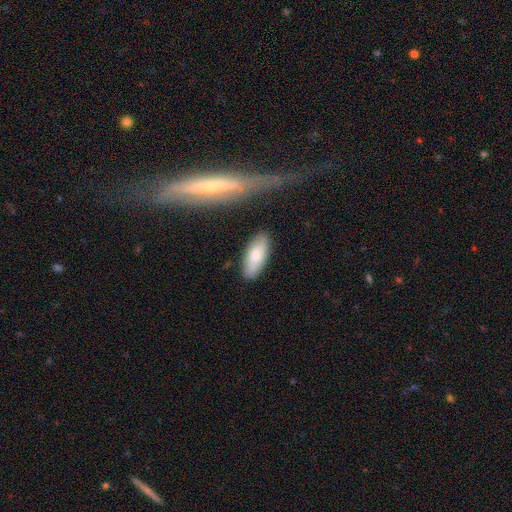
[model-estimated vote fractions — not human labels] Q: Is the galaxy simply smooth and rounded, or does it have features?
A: smooth — 77%.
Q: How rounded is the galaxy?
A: in between — 80%.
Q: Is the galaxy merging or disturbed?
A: none — 82%.